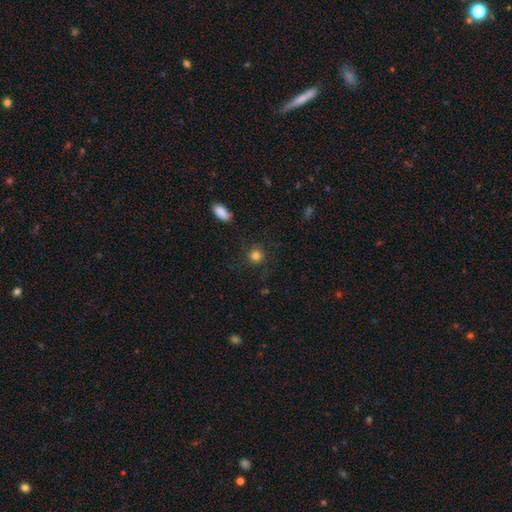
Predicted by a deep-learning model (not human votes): smooth_or_featured: smooth (p=0.82) [alt: star or artifact p=0.12]
how_rounded: round (p=0.90) [alt: in between p=0.09]
merging: none (p=0.83) [alt: minor disturbance p=0.10]